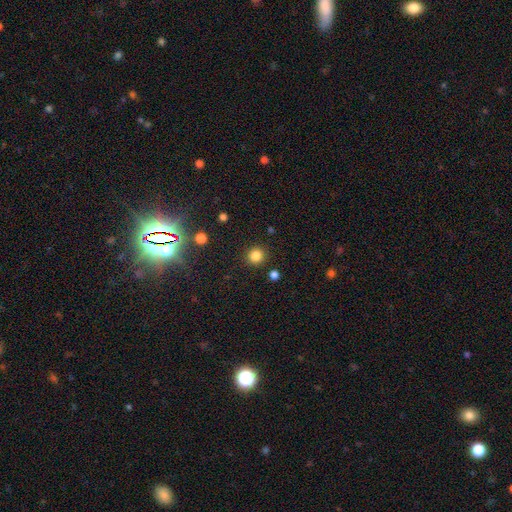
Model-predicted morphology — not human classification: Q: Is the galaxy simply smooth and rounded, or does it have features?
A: smooth — 84%.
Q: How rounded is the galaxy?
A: round — 91%.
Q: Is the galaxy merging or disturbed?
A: none — 90%.